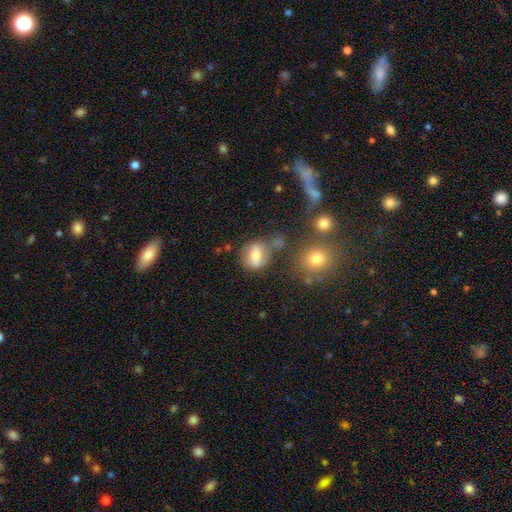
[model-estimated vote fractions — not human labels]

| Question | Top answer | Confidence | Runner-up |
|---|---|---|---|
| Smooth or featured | smooth | 57% | featured or disk (33%) |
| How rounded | round | 56% | in between (41%) |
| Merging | none | 52% | minor disturbance (21%) |